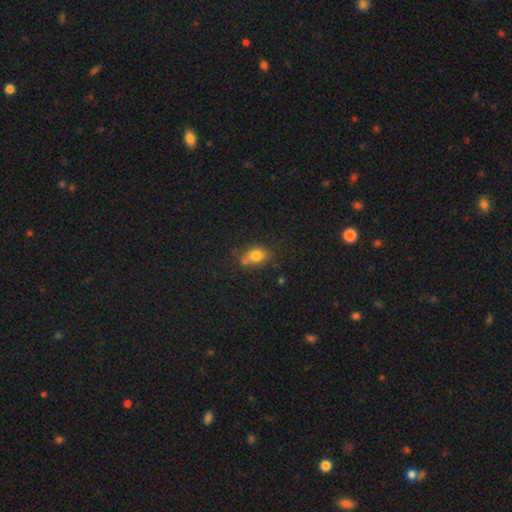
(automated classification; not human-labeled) smooth-or-featured: smooth: 78% | star or artifact: 11% | featured or disk: 10%
  how-rounded: in between: 69% | round: 29% | cigar-shaped: 2%
  merging: none: 59% | minor disturbance: 23% | merger: 11% | major disturbance: 7%